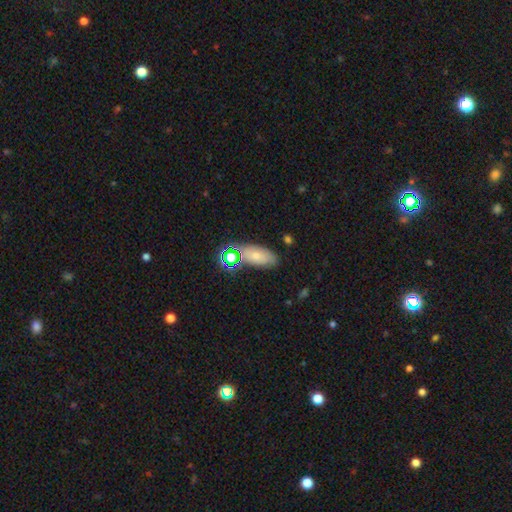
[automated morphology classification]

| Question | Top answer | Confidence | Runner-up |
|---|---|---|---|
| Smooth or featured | smooth | 66% | star or artifact (18%) |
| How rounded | in between | 84% | round (9%) |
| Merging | none | 71% | minor disturbance (17%) |